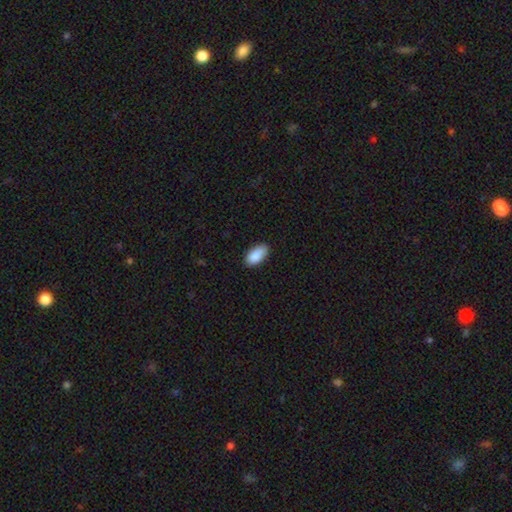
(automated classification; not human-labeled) Q: Smooth or featured?
A: smooth (88%); runner-up: star or artifact (7%)
Q: How rounded?
A: in between (93%); runner-up: cigar-shaped (4%)
Q: Merging?
A: none (79%); runner-up: minor disturbance (17%)